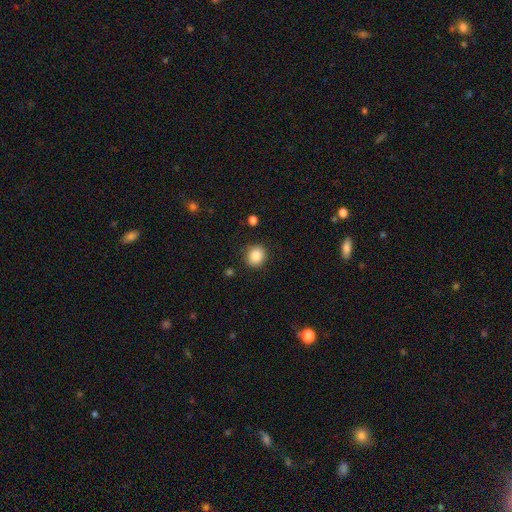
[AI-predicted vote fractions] The model was most divided on "how rounded": round: 79%, in between: 20%, cigar-shaped: 1%. More confident: merging — none (87%); smooth or featured — smooth (87%).